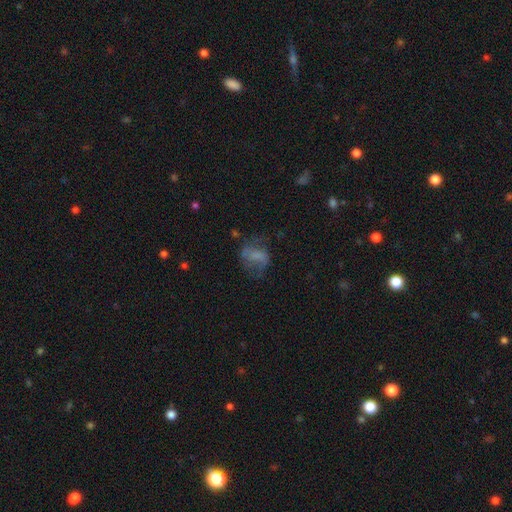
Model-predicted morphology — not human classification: Overall: featured or disk (43%, tied with smooth). Merging: none (46%; major disturbance 29%).